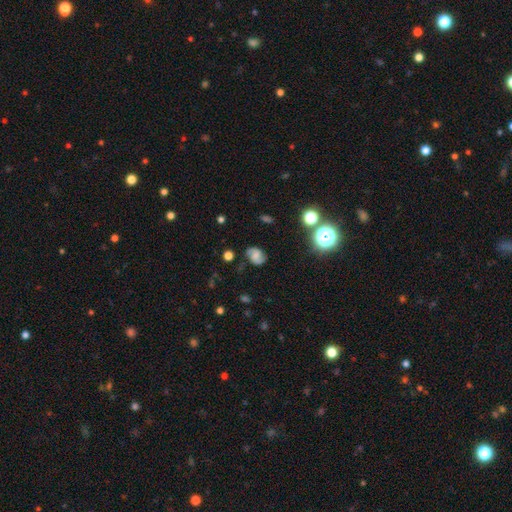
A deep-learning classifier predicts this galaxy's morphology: This is possibly a featured or disk galaxy (52%). It is clearly not viewed edge-on (97%). Merging: likely none (74%).